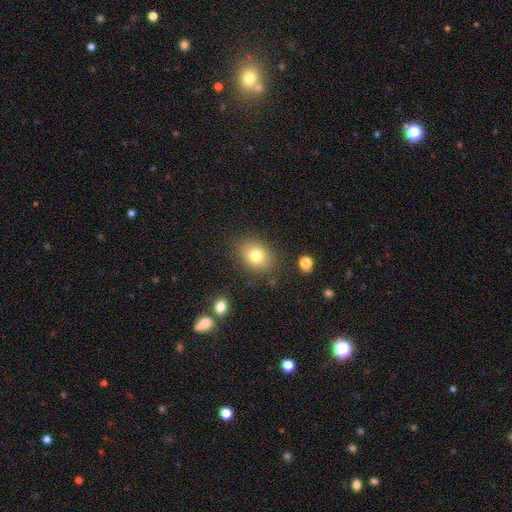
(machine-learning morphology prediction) Overall: smooth (78%). How rounded: in between (63%; round 36%). Merging: none (84%).